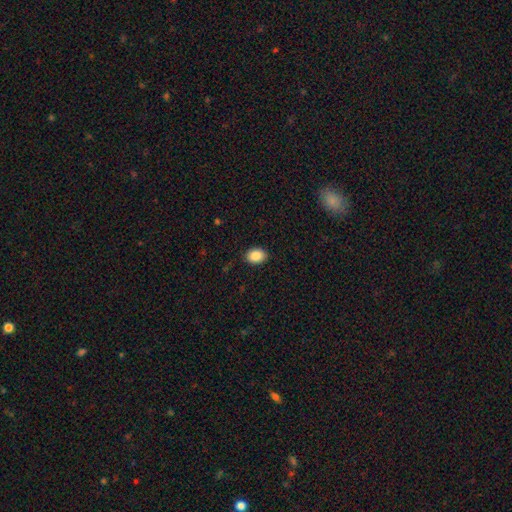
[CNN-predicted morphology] The model was most divided on "how rounded": in between: 68%, round: 31%, cigar-shaped: 1%. More confident: smooth or featured — smooth (88%); merging — none (88%).